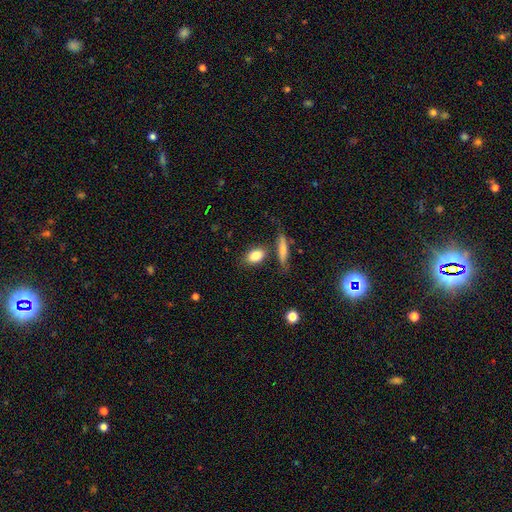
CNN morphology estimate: Smooth or featured?
  - smooth: 84% *
  - featured or disk: 9%
  - star or artifact: 7%
How rounded?
  - in between: 79% *
  - round: 15%
  - cigar-shaped: 6%
Merging?
  - none: 74% *
  - minor disturbance: 13%
  - merger: 10%
  - major disturbance: 4%